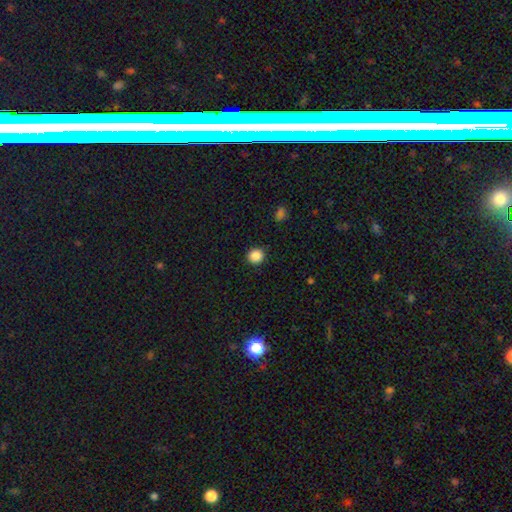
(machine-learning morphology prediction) A smooth galaxy with no disk features (87%) that is round (92%).

Vote fractions:
- Smooth or featured? smooth: 87% / star or artifact: 10% / featured or disk: 3%
- How rounded? round: 92% / in between: 7% / cigar-shaped: 1%
- Merging? none: 92% / minor disturbance: 5% / major disturbance: 2% / merger: 1%